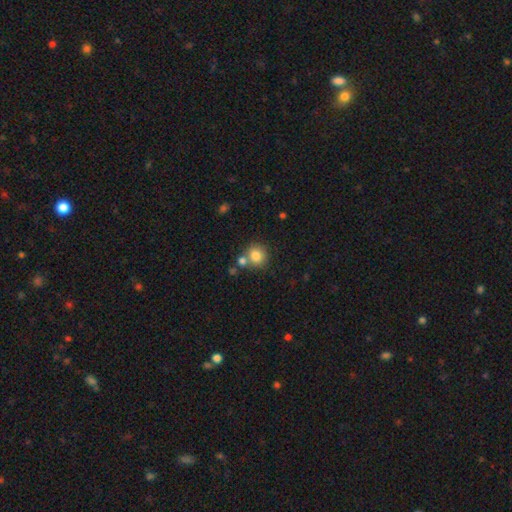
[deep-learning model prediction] smooth-or-featured: smooth: 83% | star or artifact: 10% | featured or disk: 7%
  how-rounded: round: 84% | in between: 15% | cigar-shaped: 1%
  merging: none: 64% | merger: 22% | minor disturbance: 11% | major disturbance: 4%